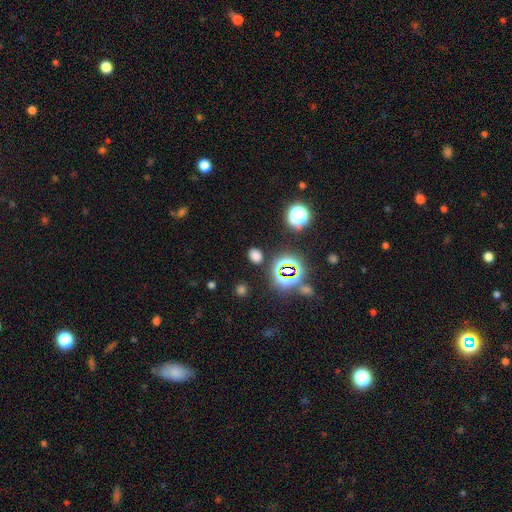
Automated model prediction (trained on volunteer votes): This is likely a smooth galaxy (63%). How rounded: possibly in between (60%). Merging: clearly none (85%).